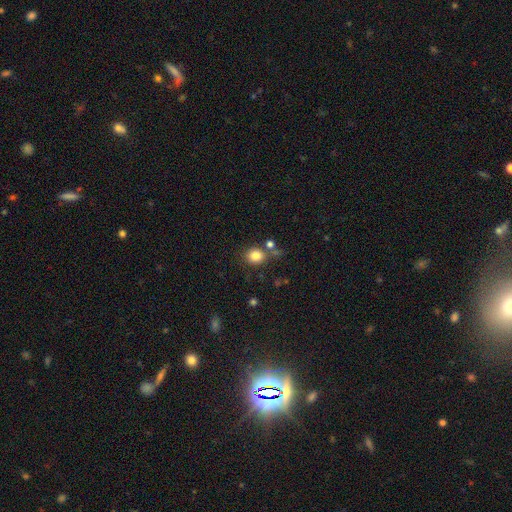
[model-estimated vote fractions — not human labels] Smooth or featured: smooth — 83% (star or artifact — 11%)
How rounded: round — 77% (in between — 22%)
Merging: none — 72% (merger — 13%)